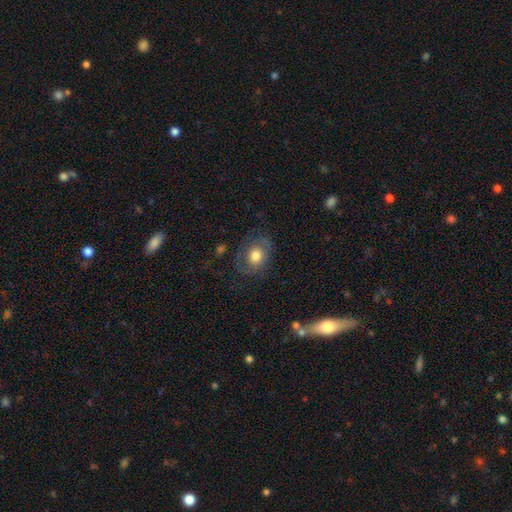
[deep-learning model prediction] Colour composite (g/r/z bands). It shows a smooth galaxy with no disk features (66%) that is in between round and cigar-shaped (55%). Merging: none (67%).